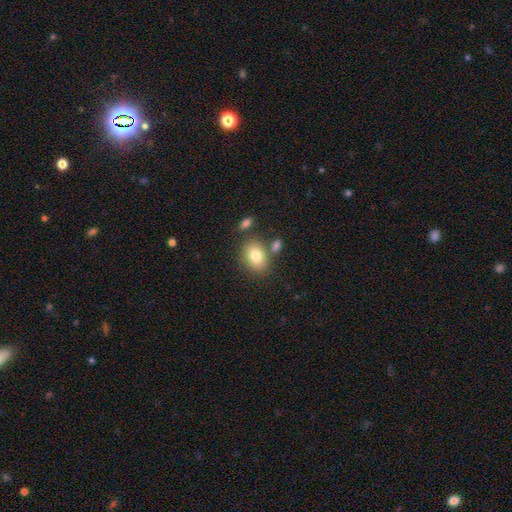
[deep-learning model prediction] This appears to be a smooth galaxy with no disk features (81%) that is in between round and cigar-shaped (70%). Merging: none (71%).